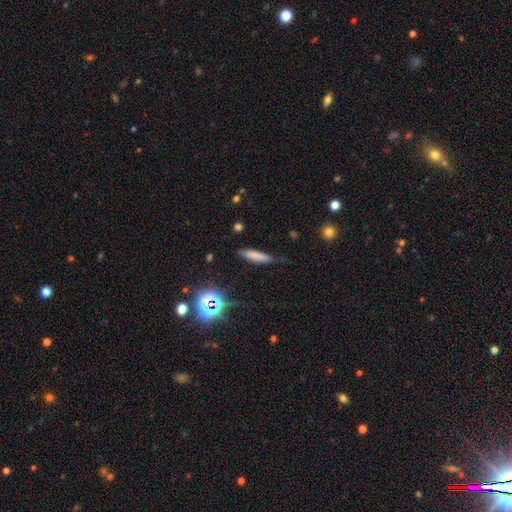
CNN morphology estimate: smooth_or_featured: smooth (p=0.72) [alt: featured or disk p=0.15]
how_rounded: cigar-shaped (p=0.80) [alt: in between p=0.18]
merging: none (p=0.73) [alt: minor disturbance p=0.20]